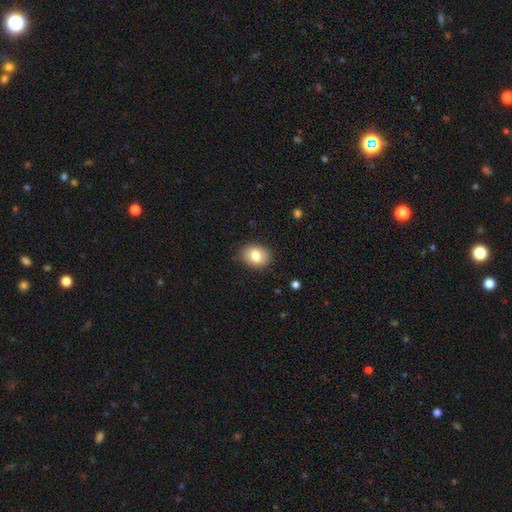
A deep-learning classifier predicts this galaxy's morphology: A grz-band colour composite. It shows a smooth galaxy with no disk features (79%) that is in between round and cigar-shaped (67%). Merging: none (83%).